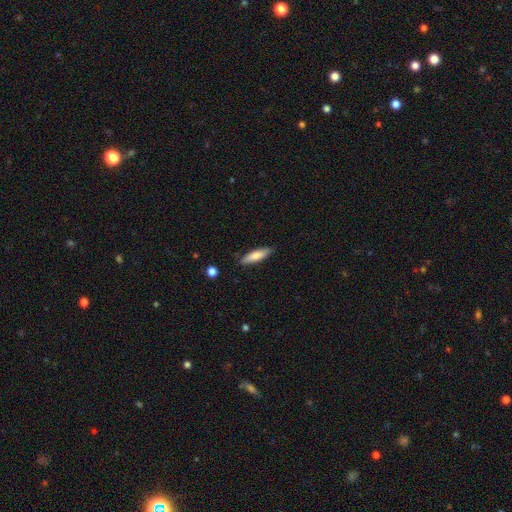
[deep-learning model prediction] A smooth galaxy with no disk features (76%) that is cigar-shaped (67%).

Vote fractions:
- Smooth or featured? smooth: 76% / featured or disk: 18% / star or artifact: 6%
- How rounded? cigar-shaped: 67% / in between: 31% / round: 2%
- Merging? none: 86% / minor disturbance: 11% / major disturbance: 2% / merger: 1%